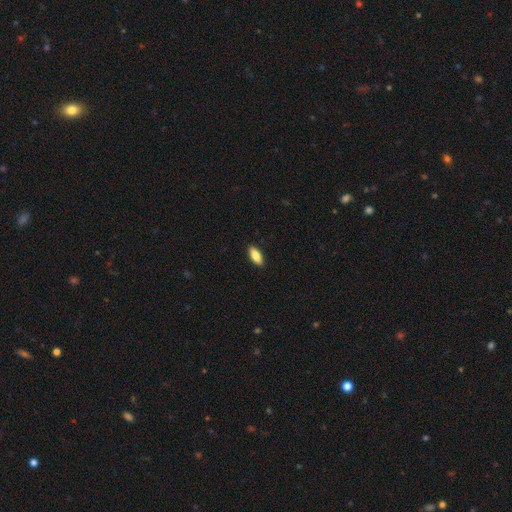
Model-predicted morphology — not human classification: Smooth or featured: smooth — 83% (featured or disk — 11%)
How rounded: in between — 73% (cigar-shaped — 25%)
Merging: none — 90% (minor disturbance — 8%)